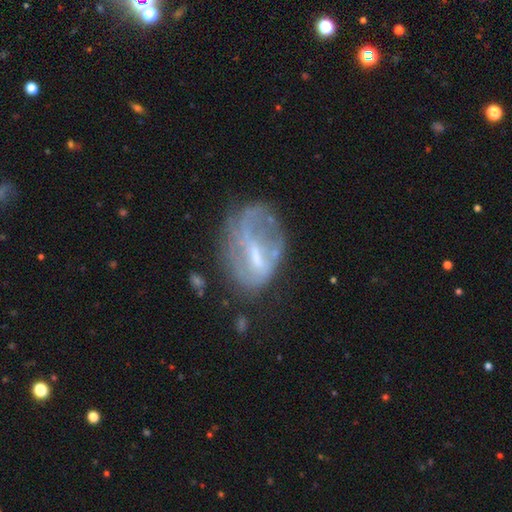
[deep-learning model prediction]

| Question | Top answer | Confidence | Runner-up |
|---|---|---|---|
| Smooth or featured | featured or disk | 62% | smooth (27%) |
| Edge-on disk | no | 95% | yes (5%) |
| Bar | weak | 45% | no (32%) |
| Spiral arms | no | 60% | yes (40%) |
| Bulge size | small | 40% | moderate (31%) |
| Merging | none | 37% | major disturbance (32%) |